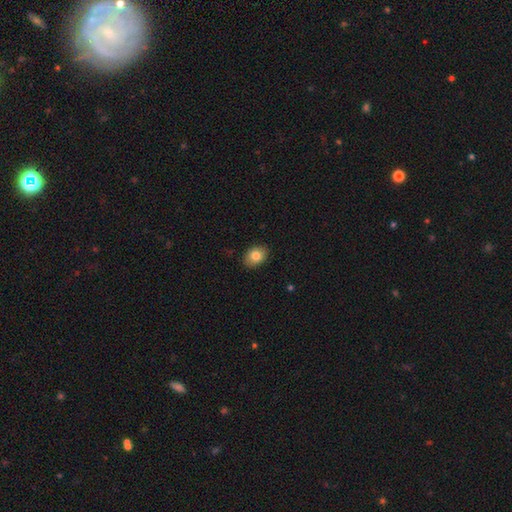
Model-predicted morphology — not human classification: This appears to be a smooth galaxy with no disk features (83%) that is in between round and cigar-shaped (72%). Merging: none (88%).